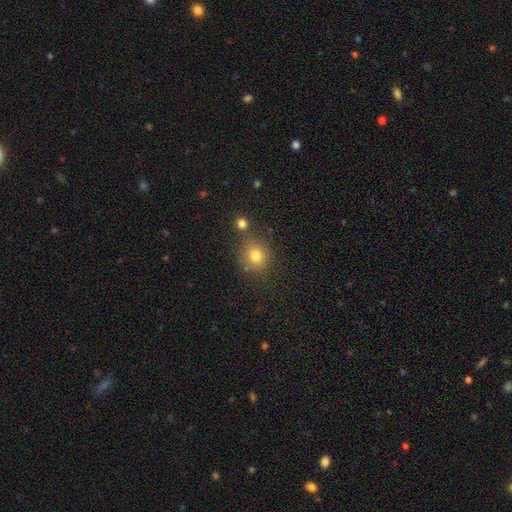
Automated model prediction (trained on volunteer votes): smooth-or-featured: smooth: 78% | star or artifact: 13% | featured or disk: 8%
  how-rounded: round: 82% | in between: 17% | cigar-shaped: 1%
  merging: none: 71% | merger: 12% | minor disturbance: 12% | major disturbance: 4%